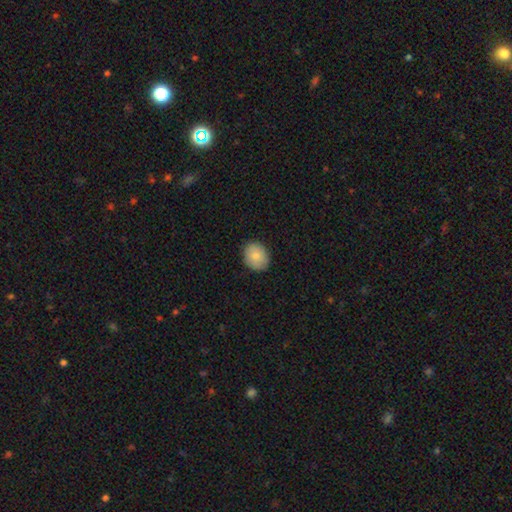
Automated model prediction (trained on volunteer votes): A smooth galaxy with no disk features (83%) that is round (54%). Merging: none (86%).